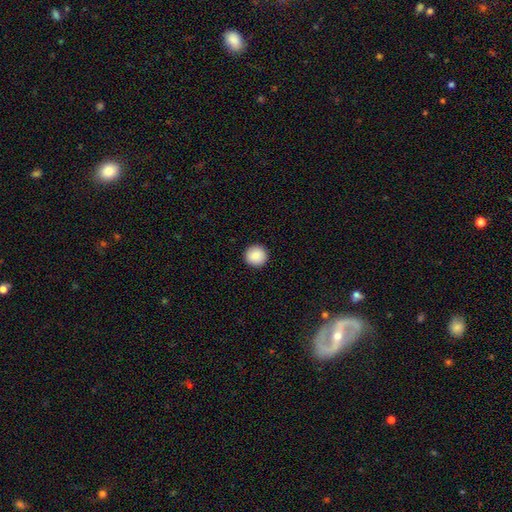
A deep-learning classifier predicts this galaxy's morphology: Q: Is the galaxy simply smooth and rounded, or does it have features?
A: smooth — 89%.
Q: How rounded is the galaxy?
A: round — 96%.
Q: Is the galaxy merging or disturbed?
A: none — 93%.